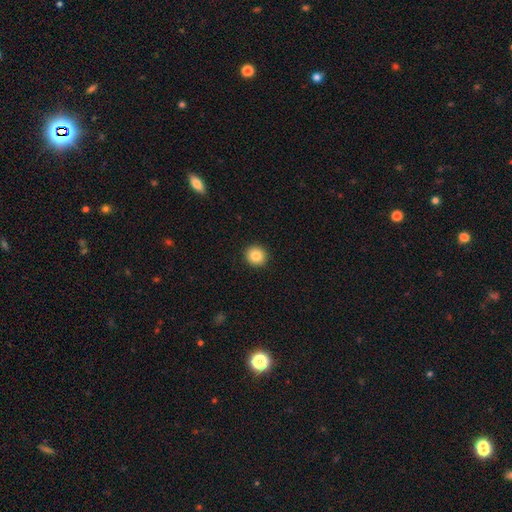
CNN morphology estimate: A smooth galaxy with no disk features (84%) that is round (92%). Merging: none (93%).